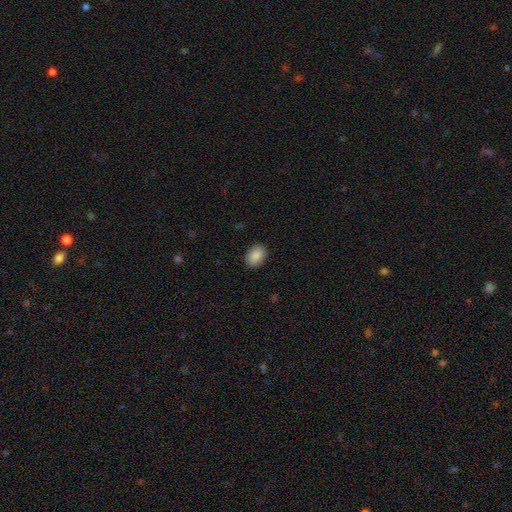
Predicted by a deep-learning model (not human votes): This appears to be a smooth galaxy with no disk features (89%) that is in between round and cigar-shaped (77%). Merging: none (89%).